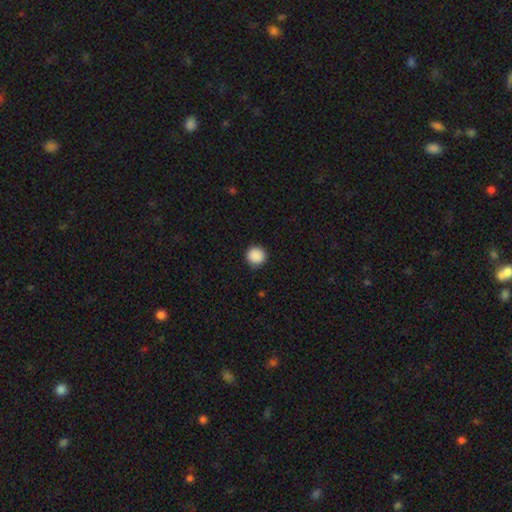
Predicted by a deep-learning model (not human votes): Morphology: type=smooth (90%); roundness=round (95%); merging=none (92%).